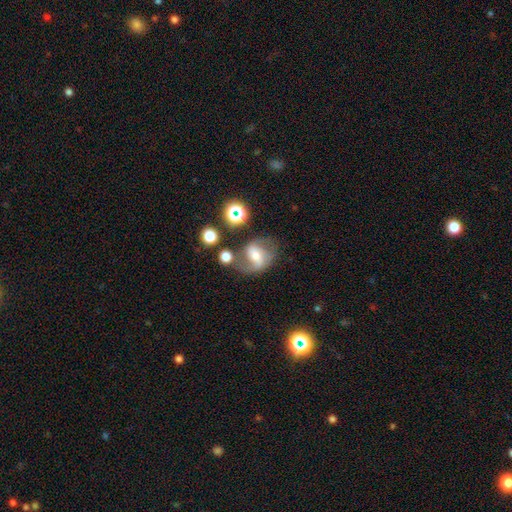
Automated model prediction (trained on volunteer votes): Overall: featured or disk (64%; smooth 25%). Edge-on disk: no (96%). Bar: weak (41%; strong 37%). Spiral arms: yes (83%). Spiral arm count: 2 (80%). Spiral winding: medium (44%; loose 42%). Bulge size: moderate (54%; small 33%). Merging: none (54%; minor disturbance 21%).